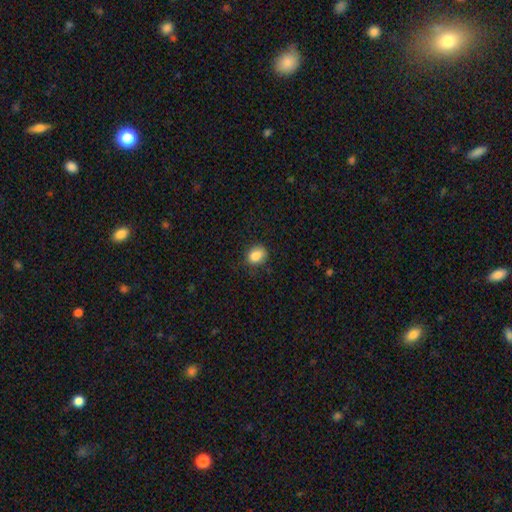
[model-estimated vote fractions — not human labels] Q: Smooth or featured?
A: smooth (85%); runner-up: star or artifact (9%)
Q: How rounded?
A: in between (51%); runner-up: round (48%)
Q: Merging?
A: none (74%); runner-up: minor disturbance (20%)